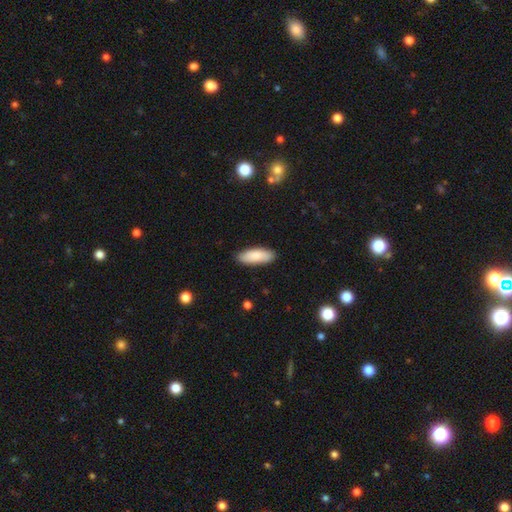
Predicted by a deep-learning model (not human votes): Smooth or featured: smooth — 86% (featured or disk — 8%)
How rounded: in between — 73% (cigar-shaped — 26%)
Merging: none — 88% (minor disturbance — 9%)